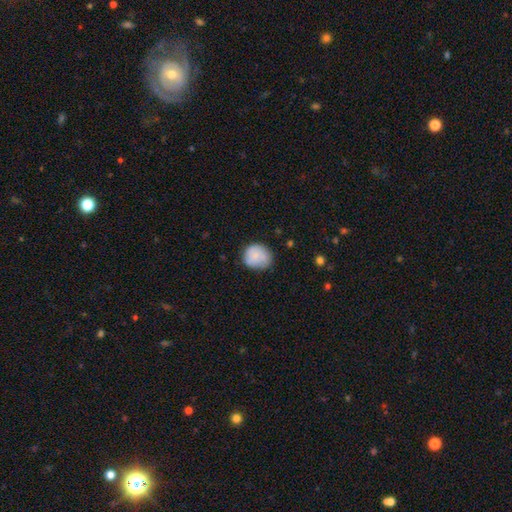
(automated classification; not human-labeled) Q: Smooth or featured?
A: smooth (79%); runner-up: featured or disk (13%)
Q: How rounded?
A: round (80%); runner-up: in between (19%)
Q: Merging?
A: none (66%); runner-up: minor disturbance (26%)